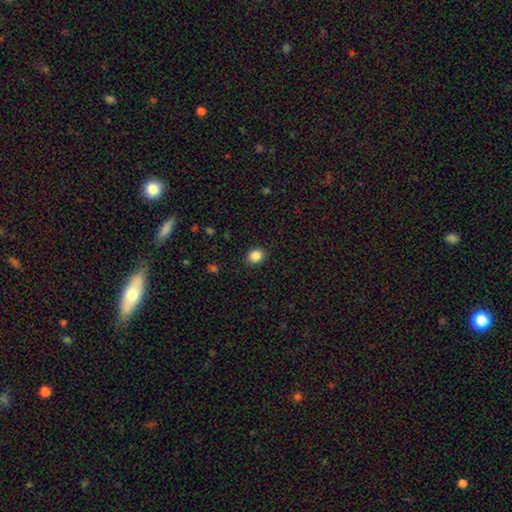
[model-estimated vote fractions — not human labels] smooth-or-featured: smooth: 86% | star or artifact: 10% | featured or disk: 4%
  how-rounded: round: 61% | in between: 38% | cigar-shaped: 1%
  merging: none: 89% | minor disturbance: 8% | major disturbance: 2% | merger: 1%